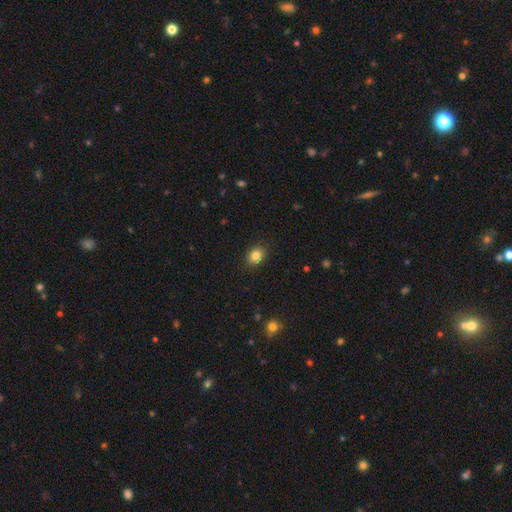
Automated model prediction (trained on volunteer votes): Q: Smooth or featured?
A: smooth (84%); runner-up: star or artifact (10%)
Q: How rounded?
A: in between (57%); runner-up: round (42%)
Q: Merging?
A: none (88%); runner-up: minor disturbance (8%)